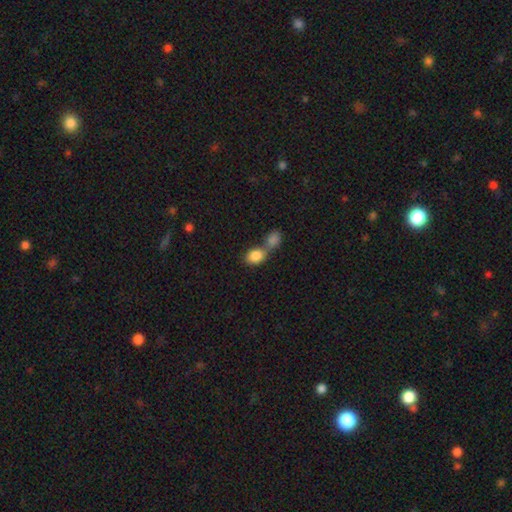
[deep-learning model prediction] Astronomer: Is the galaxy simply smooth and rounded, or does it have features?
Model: smooth — 85%.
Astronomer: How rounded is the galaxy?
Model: in between — 67%.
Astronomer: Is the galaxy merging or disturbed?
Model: merger — 64%.